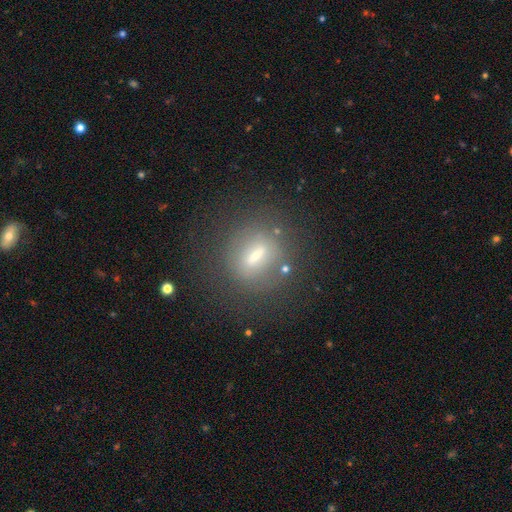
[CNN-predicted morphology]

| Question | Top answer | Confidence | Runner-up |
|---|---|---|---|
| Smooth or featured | featured or disk | 46% | smooth (40%) |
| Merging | none | 74% | minor disturbance (13%) |